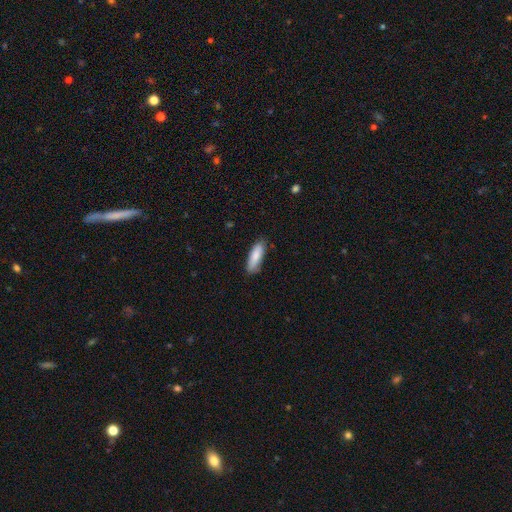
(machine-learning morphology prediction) The model was most divided on "how rounded": in between: 51%, cigar-shaped: 48%, round: 1%. More confident: smooth or featured — smooth (85%); merging — none (81%).